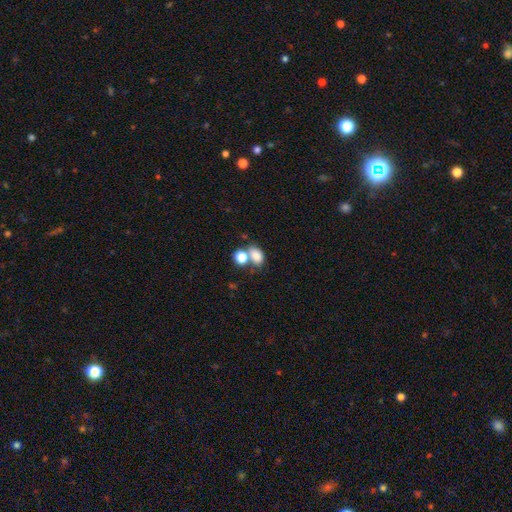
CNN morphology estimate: Smooth or featured? smooth (78%)
How rounded? in between (71%)
Merging? merger (43%)